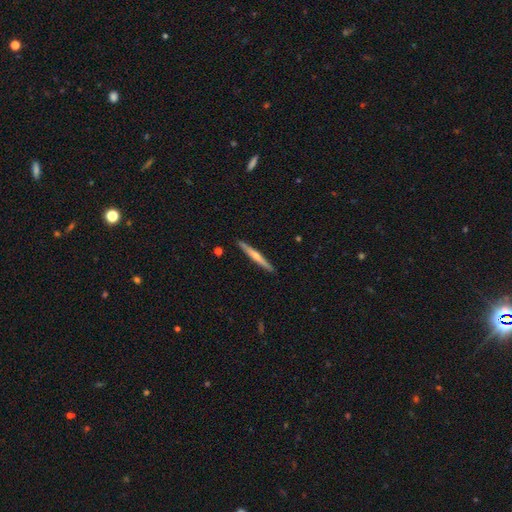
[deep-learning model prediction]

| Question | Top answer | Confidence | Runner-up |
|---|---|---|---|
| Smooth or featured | featured or disk | 66% | smooth (28%) |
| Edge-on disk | yes | 98% | no (2%) |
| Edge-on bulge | rounded | 78% | none (18%) |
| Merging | none | 92% | minor disturbance (6%) |